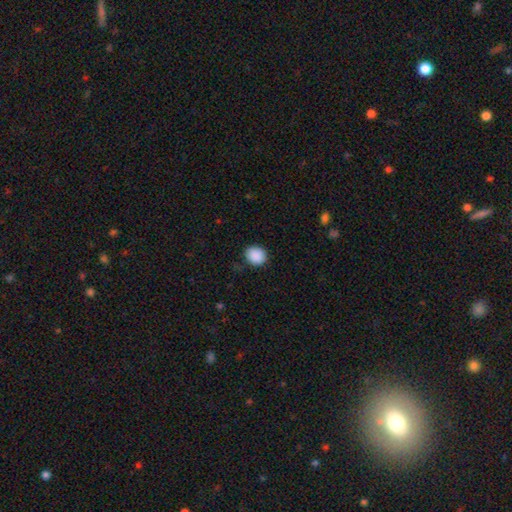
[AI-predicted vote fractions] This is clearly a smooth galaxy (90%). How rounded: likely round (68%). Merging: clearly none (85%).